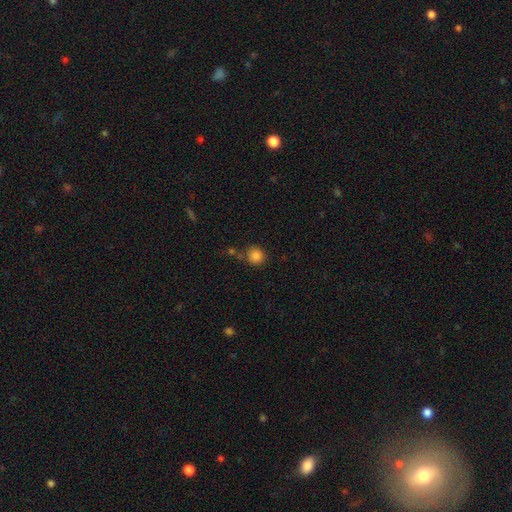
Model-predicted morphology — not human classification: smooth 84%, star or artifact 11%, featured or disk 5%. Down the decision tree: how rounded — round (90%); merging — none (74%).